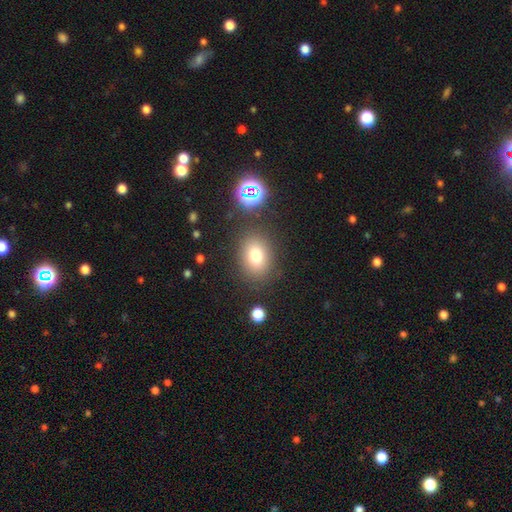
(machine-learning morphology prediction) Q: Smooth or featured?
A: smooth (77%); runner-up: star or artifact (14%)
Q: How rounded?
A: in between (60%); runner-up: round (39%)
Q: Merging?
A: none (82%); runner-up: minor disturbance (10%)